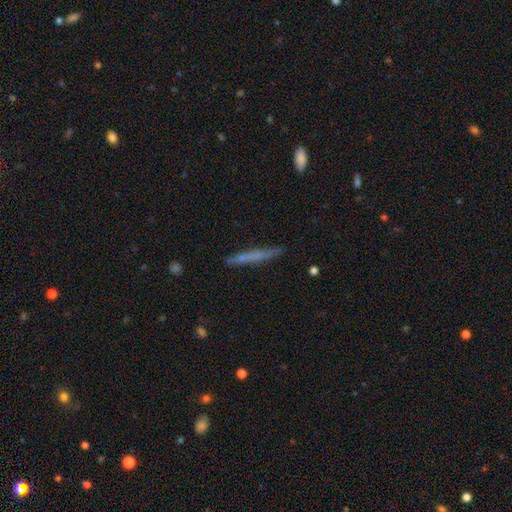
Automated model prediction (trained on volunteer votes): A smooth galaxy with no disk features (57%) that is cigar-shaped (96%).

Vote fractions:
- Smooth or featured? smooth: 57% / featured or disk: 36% / star or artifact: 7%
- How rounded? cigar-shaped: 96% / in between: 3% / round: 1%
- Merging? none: 84% / minor disturbance: 12% / major disturbance: 2% / merger: 2%